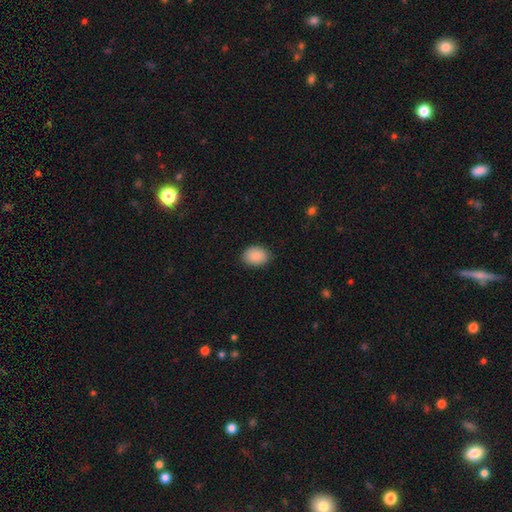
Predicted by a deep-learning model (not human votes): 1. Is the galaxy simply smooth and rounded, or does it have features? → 90% smooth, 7% star or artifact, 3% featured or disk.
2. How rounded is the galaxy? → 70% in between, 29% round, 1% cigar-shaped.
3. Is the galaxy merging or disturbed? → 84% none, 12% minor disturbance, 3% major disturbance, 1% merger.